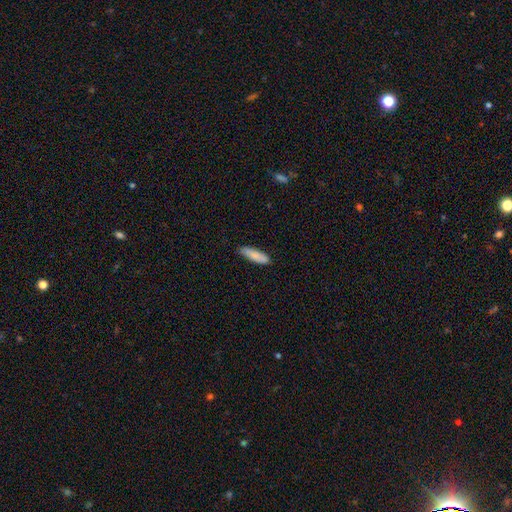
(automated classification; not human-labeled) A smooth galaxy with no disk features (86%) that is cigar-shaped (60%). Merging: none (87%).